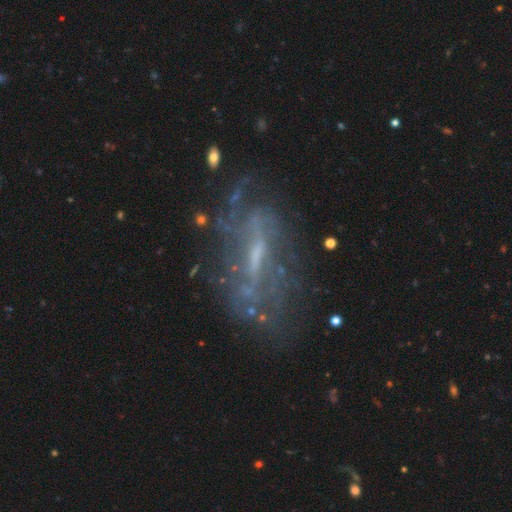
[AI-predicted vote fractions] The model was most divided on "bar": weak: 44%, strong: 31%, no: 25%. More confident: edge-on disk — no (85%); smooth or featured — featured or disk (76%); spiral arms — yes (67%); merging — none (59%); bulge size — small (51%).